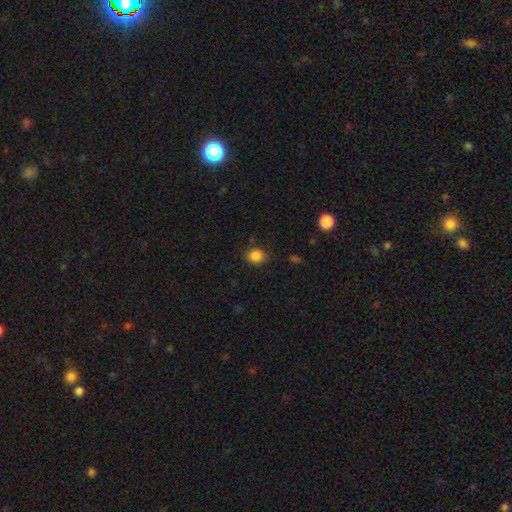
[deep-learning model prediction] A smooth galaxy with no disk features (85%) that is round (74%).

Vote fractions:
- Smooth or featured? smooth: 85% / star or artifact: 11% / featured or disk: 4%
- How rounded? round: 74% / in between: 25% / cigar-shaped: 1%
- Merging? none: 84% / minor disturbance: 12% / major disturbance: 3% / merger: 2%